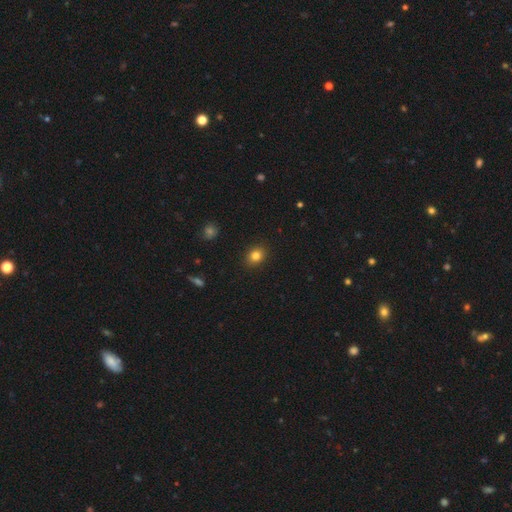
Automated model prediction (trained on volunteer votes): A smooth galaxy with no disk features (83%) that is round (63%).

Vote fractions:
- Smooth or featured? smooth: 83% / star or artifact: 11% / featured or disk: 6%
- How rounded? round: 63% / in between: 36% / cigar-shaped: 1%
- Merging? none: 90% / minor disturbance: 7% / major disturbance: 2% / merger: 1%